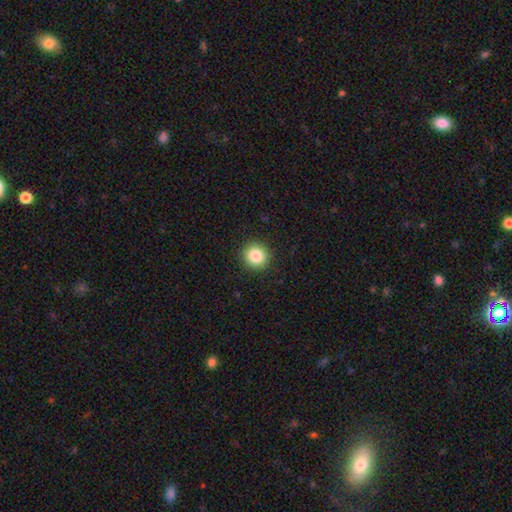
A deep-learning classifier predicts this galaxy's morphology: Smooth or featured? Predicted: smooth (p=0.84). How rounded? Predicted: round (p=0.93). Merging? Predicted: none (p=0.92).